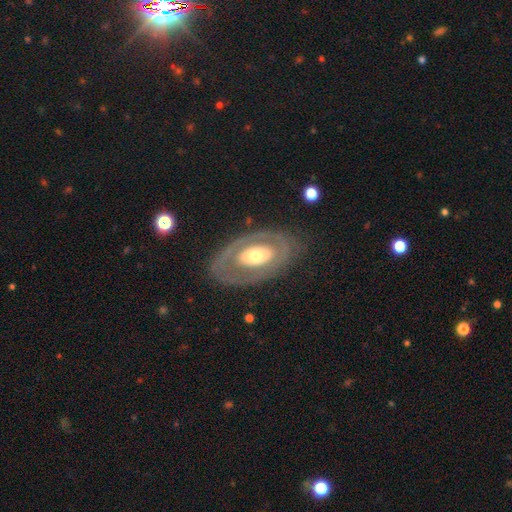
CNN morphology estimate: A featured or disk galaxy (64%) with no bar (82%), no spiral arms (79%) and a moderate central bulge (59%). Merging: none (77%).